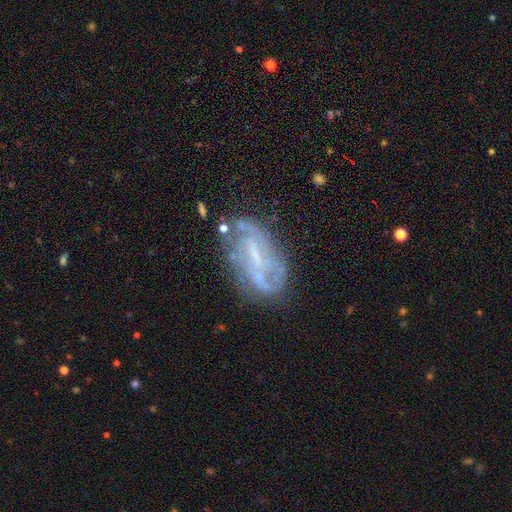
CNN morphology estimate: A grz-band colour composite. It shows a featured or disk galaxy (75%) with a weak bar (44%), medium (38%) spiral arms (71%) and a small central bulge (40%). Merging: none (58%).